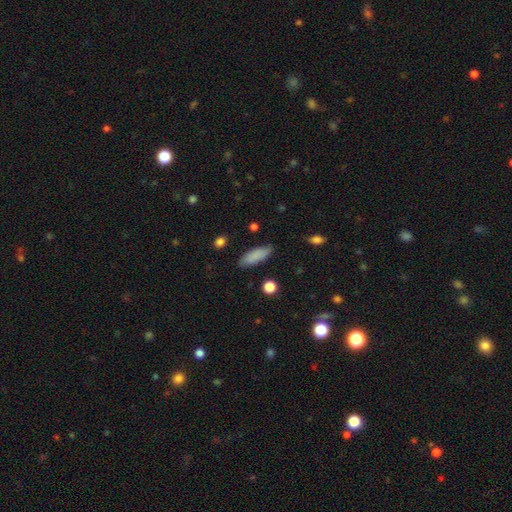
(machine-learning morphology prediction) A smooth galaxy with no disk features (85%) that is in between round and cigar-shaped (63%).

Vote fractions:
- Smooth or featured? smooth: 85% / featured or disk: 8% / star or artifact: 7%
- How rounded? in between: 63% / cigar-shaped: 35% / round: 2%
- Merging? none: 85% / minor disturbance: 11% / major disturbance: 2% / merger: 1%